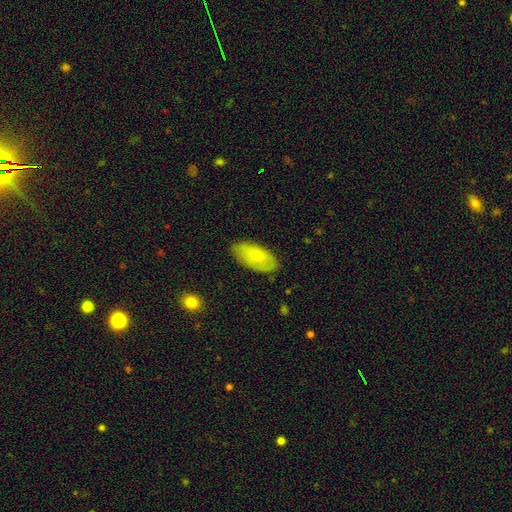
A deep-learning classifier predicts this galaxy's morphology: The model was most divided on "smooth or featured": smooth: 73%, featured or disk: 20%, star or artifact: 6%. More confident: how rounded — in between (93%); merging — none (79%).